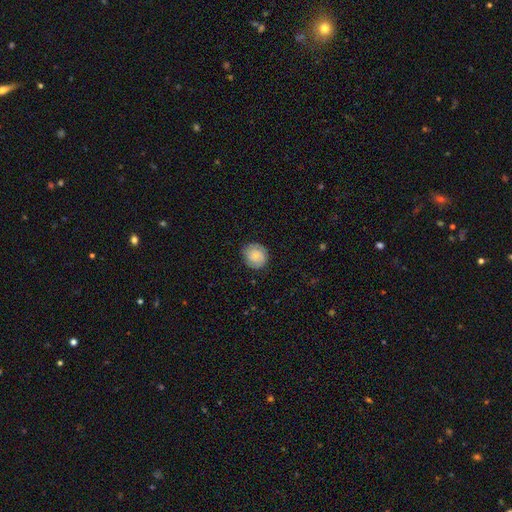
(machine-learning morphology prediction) Smooth or featured?
  - smooth: 53% *
  - featured or disk: 39%
  - star or artifact: 8%
How rounded?
  - round: 81% *
  - in between: 18%
  - cigar-shaped: 1%
Merging?
  - none: 82% *
  - minor disturbance: 13%
  - major disturbance: 4%
  - merger: 1%